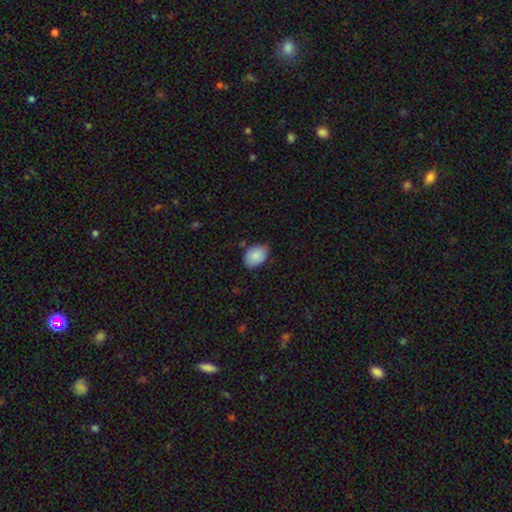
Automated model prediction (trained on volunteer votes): Smooth or featured? Predicted: smooth (p=0.88). How rounded? Predicted: in between (p=0.84). Merging? Predicted: none (p=0.75).